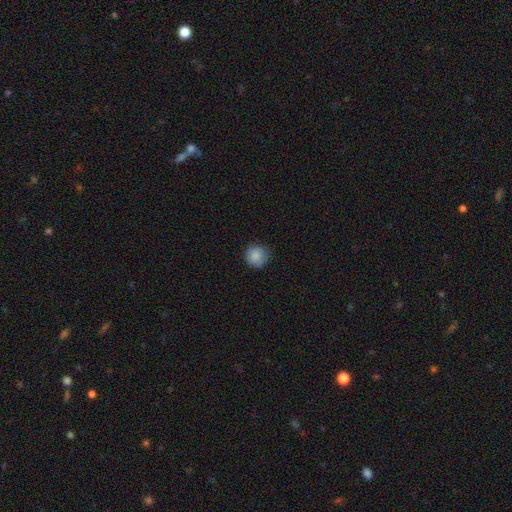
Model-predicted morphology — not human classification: smooth-or-featured: smooth: 86% | star or artifact: 8% | featured or disk: 6%
  how-rounded: round: 93% | in between: 6% | cigar-shaped: 1%
  merging: none: 80% | minor disturbance: 16% | major disturbance: 3% | merger: 1%